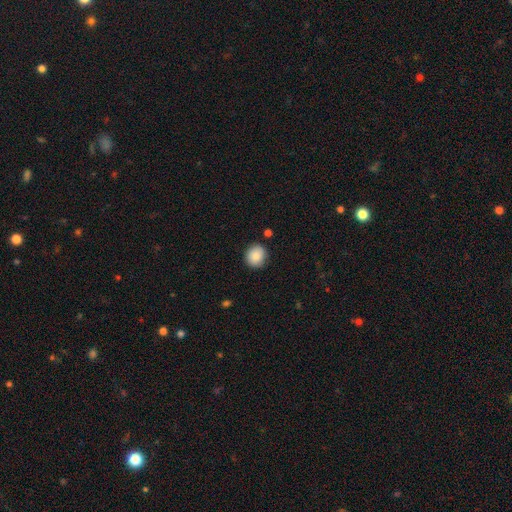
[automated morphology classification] Smooth or featured: smooth — 85% (star or artifact — 8%)
How rounded: round — 89% (in between — 10%)
Merging: none — 88% (minor disturbance — 8%)